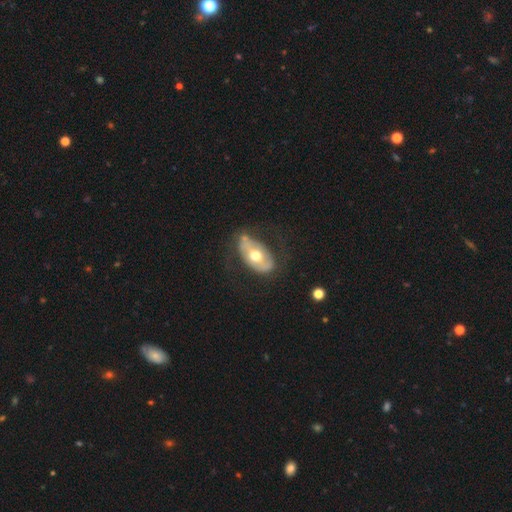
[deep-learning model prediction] A featured or disk galaxy (59%) with no bar (73%), no spiral arms (65%) and a moderate central bulge (74%).

Vote fractions:
- Smooth or featured? featured or disk: 59% / smooth: 36% / star or artifact: 6%
- Edge-on disk? no: 89% / yes: 11%
- Bar? no: 73% / weak: 16% / strong: 11%
- Spiral arms? no: 65% / yes: 35%
- Bulge size? moderate: 74% / large: 17% / small: 7% / dominant: 1% / none: 1%
- Merging? none: 62% / minor disturbance: 22% / major disturbance: 13% / merger: 3%